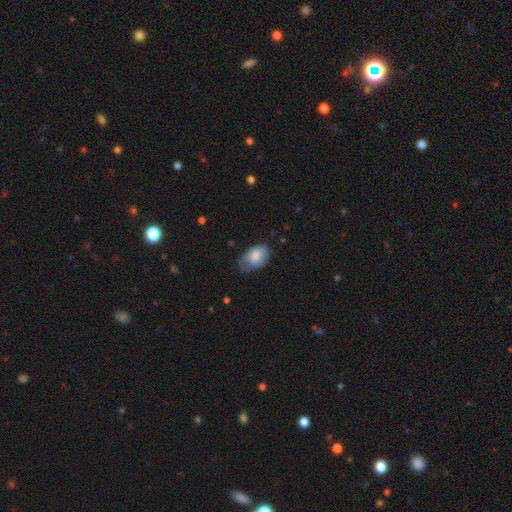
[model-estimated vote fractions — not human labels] Morphology: type=smooth (81%); roundness=in between (90%); merging=none (58%).